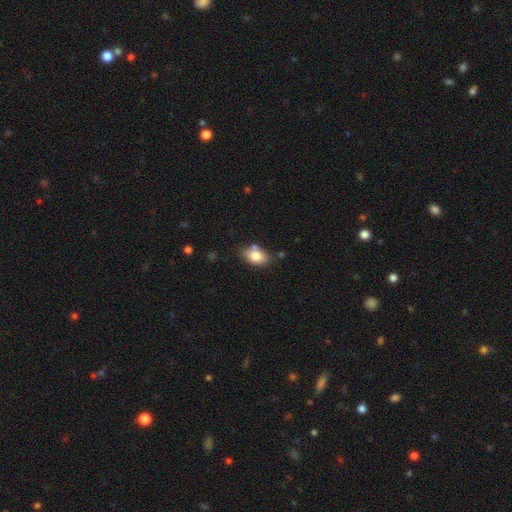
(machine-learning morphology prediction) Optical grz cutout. It shows a smooth galaxy with no disk features (81%) that is in between round and cigar-shaped (86%). Merging: none (69%).